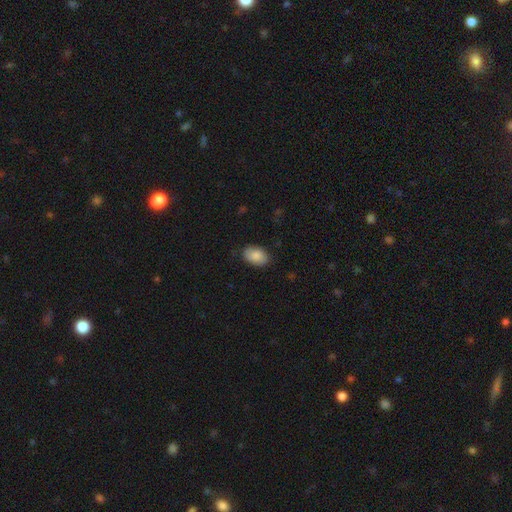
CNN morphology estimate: type=smooth (88%); roundness=in between (88%); merging=none (84%).